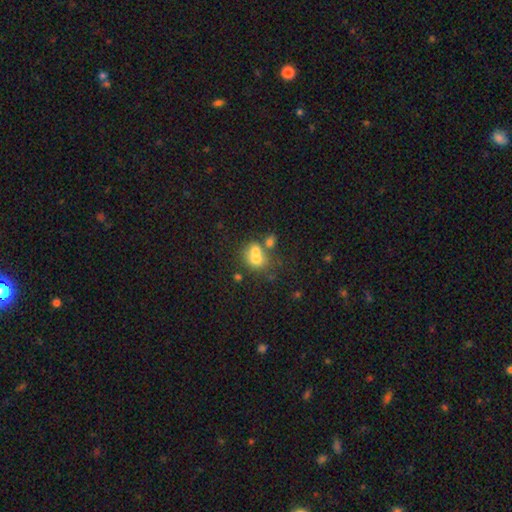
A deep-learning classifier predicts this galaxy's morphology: This is likely a smooth galaxy (65%). How rounded: possibly round (60%). Merging: likely merger (60%).